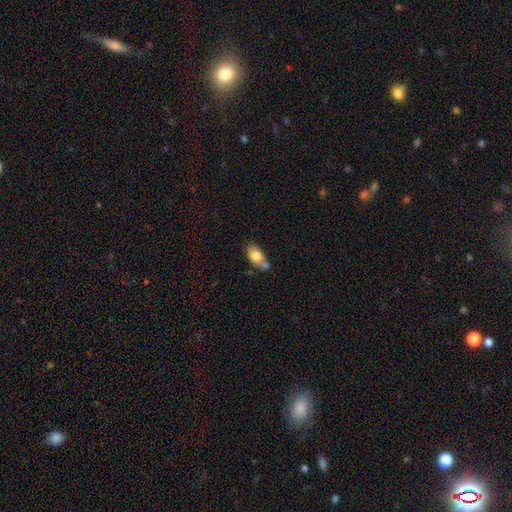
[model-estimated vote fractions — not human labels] Smooth or featured? smooth (78%)
How rounded? in between (88%)
Merging? none (42%)